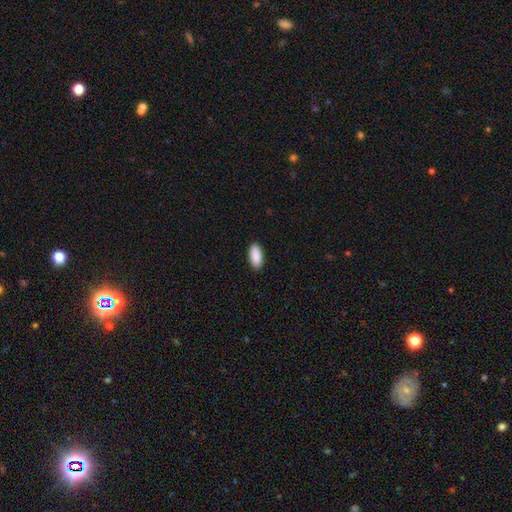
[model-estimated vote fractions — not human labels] Morphology: type=smooth (91%); roundness=in between (90%); merging=none (90%).